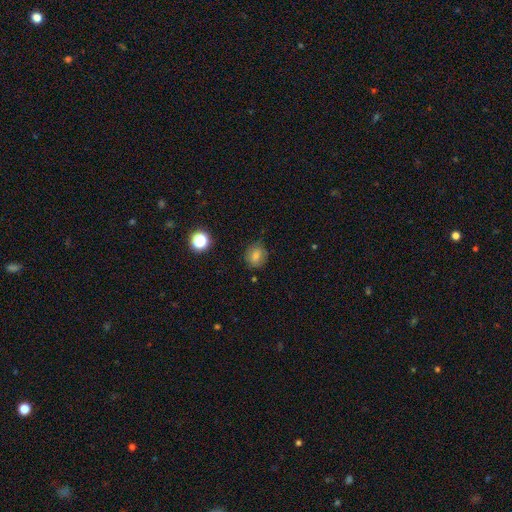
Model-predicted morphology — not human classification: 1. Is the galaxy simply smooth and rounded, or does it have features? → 76% smooth, 13% star or artifact, 11% featured or disk.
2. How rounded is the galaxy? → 71% round, 28% in between, 1% cigar-shaped.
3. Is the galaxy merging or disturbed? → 77% none, 17% minor disturbance, 4% major disturbance, 2% merger.